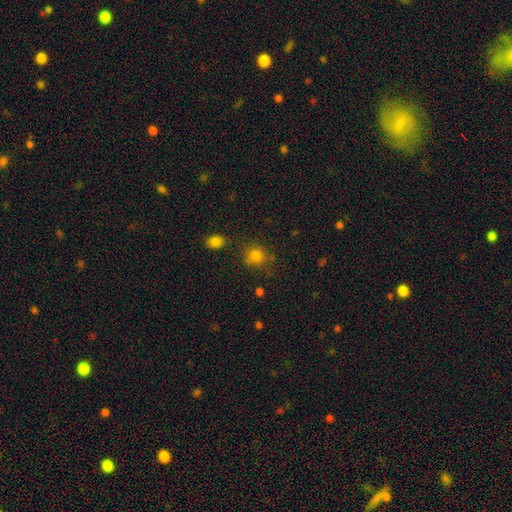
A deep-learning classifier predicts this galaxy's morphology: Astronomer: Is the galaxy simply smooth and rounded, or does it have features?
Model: smooth — 81%.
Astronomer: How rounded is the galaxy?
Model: round — 84%.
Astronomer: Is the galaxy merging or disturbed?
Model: none — 75%.